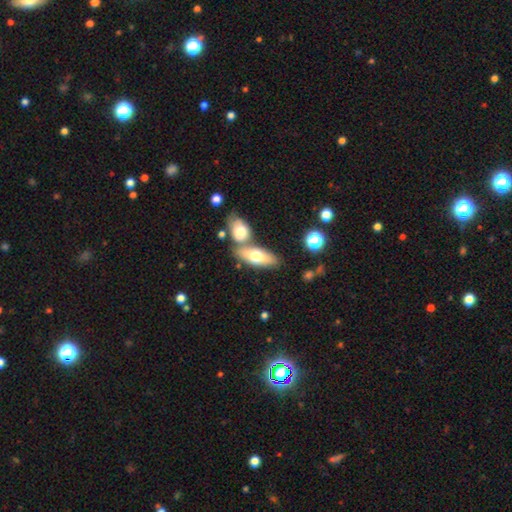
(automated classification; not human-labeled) Overall: smooth (66%; featured or disk 28%). How rounded: in between (76%). Merging: none (51%; merger 36%).